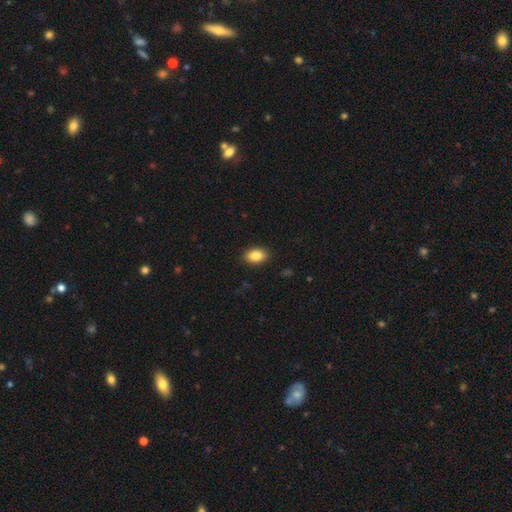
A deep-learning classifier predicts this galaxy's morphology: The model was most divided on "how rounded": in between: 85%, round: 14%, cigar-shaped: 1%. More confident: merging — none (89%); smooth or featured — smooth (86%).